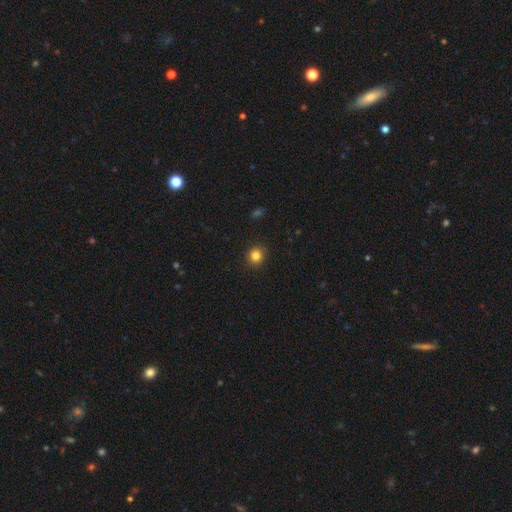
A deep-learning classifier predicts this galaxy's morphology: Smooth or featured: smooth — 84% (star or artifact — 12%)
How rounded: round — 90% (in between — 9%)
Merging: none — 91% (minor disturbance — 6%)